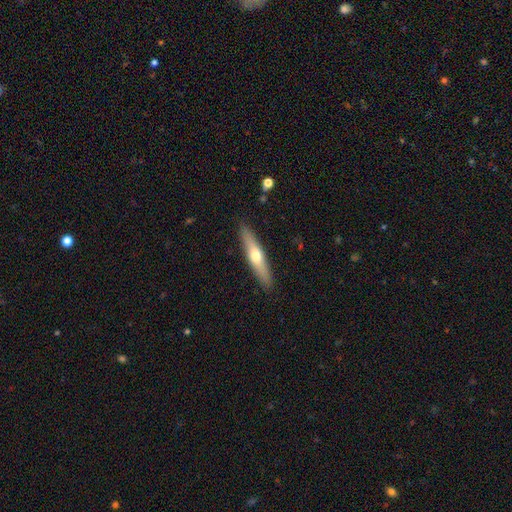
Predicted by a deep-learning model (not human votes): A smooth galaxy with no disk features (50%).

Vote fractions:
- Smooth or featured? smooth: 50% / featured or disk: 45% / star or artifact: 5%
- Merging? none: 90% / minor disturbance: 8% / major disturbance: 2% / merger: 1%